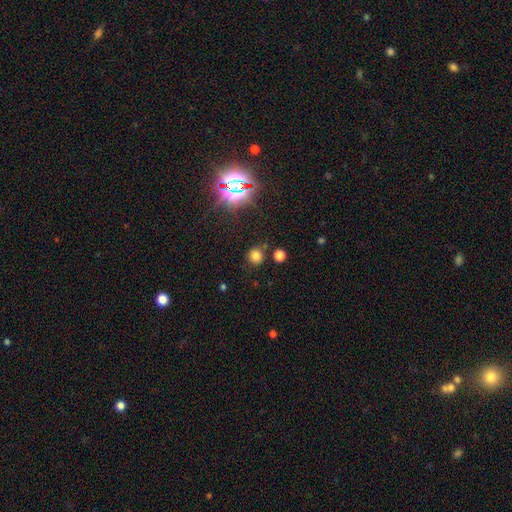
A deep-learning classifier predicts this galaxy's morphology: This is likely a smooth galaxy (71%). How rounded: clearly round (89%). Merging: likely none (79%).